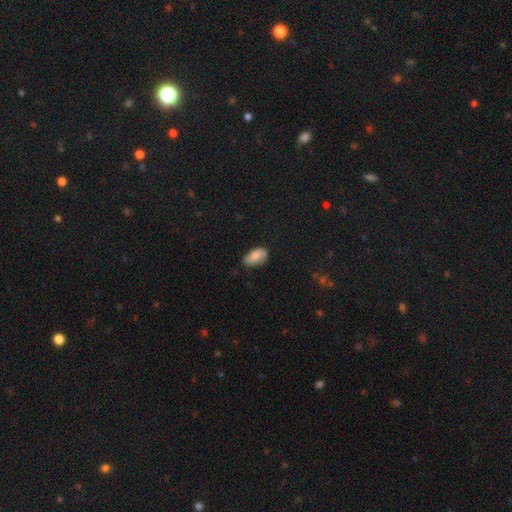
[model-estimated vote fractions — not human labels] This is likely a smooth galaxy (74%). How rounded: clearly in between (92%). Merging: possibly none (55%).